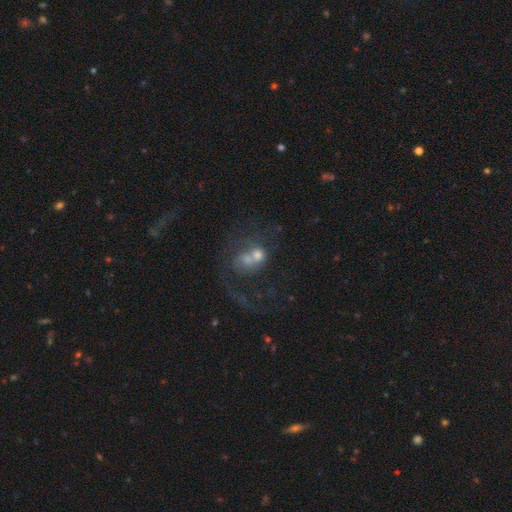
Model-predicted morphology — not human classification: A featured or disk galaxy (55%) with no bar (81%), spiral arms (51%) and a moderate central bulge (47%).

Vote fractions:
- Smooth or featured? featured or disk: 55% / smooth: 30% / star or artifact: 15%
- Edge-on disk? no: 97% / yes: 3%
- Bar? no: 81% / weak: 16% / strong: 4%
- Spiral arms? yes: 51% / no: 49%
- Bulge size? moderate: 47% / small: 30% / large: 10% / none: 10% / dominant: 3%
- Merging? merger: 55% / major disturbance: 20% / none: 18% / minor disturbance: 7%